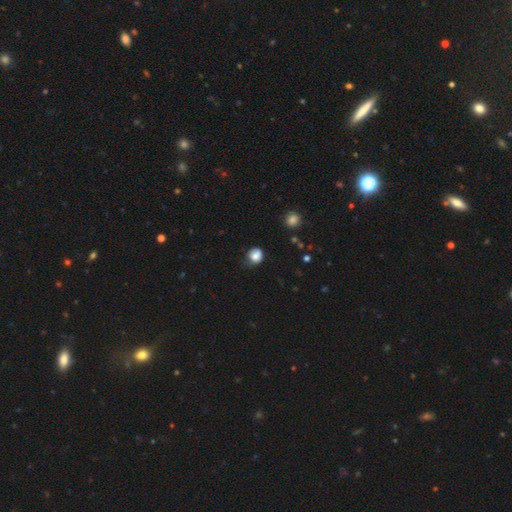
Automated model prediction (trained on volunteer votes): The model was most divided on "merging": none: 52%, minor disturbance: 33%, major disturbance: 12%, merger: 3%. More confident: smooth or featured — smooth (81%); how rounded — round (72%).